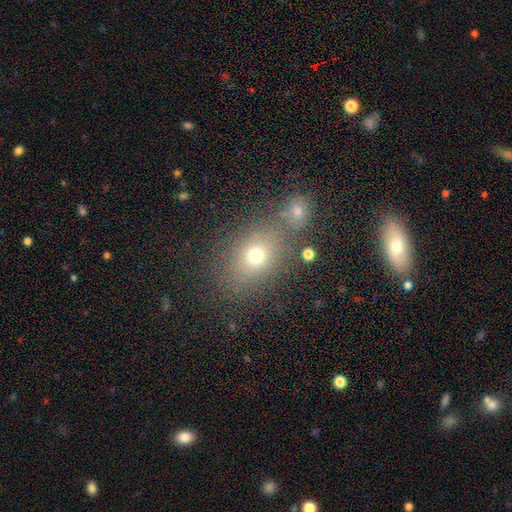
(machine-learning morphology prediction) type=smooth (70%); roundness=in between (61%); merging=none (64%).